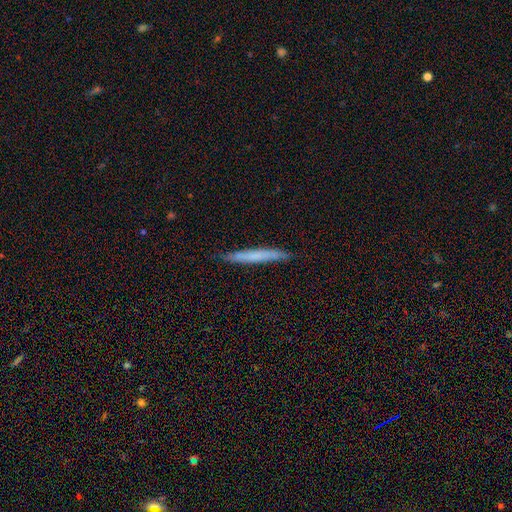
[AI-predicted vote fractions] Q: Smooth or featured?
A: smooth (61%); runner-up: featured or disk (33%)
Q: How rounded?
A: cigar-shaped (96%); runner-up: in between (2%)
Q: Merging?
A: none (88%); runner-up: minor disturbance (10%)